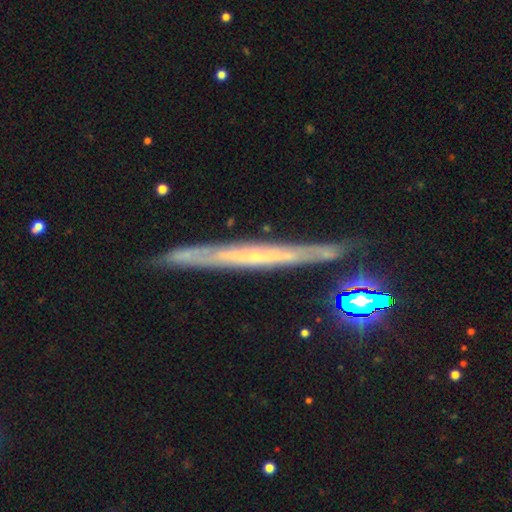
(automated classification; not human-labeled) Smooth or featured? featured or disk (66%)
Edge-on disk? yes (90%)
Edge-on bulge? none (79%)
Merging? none (83%)